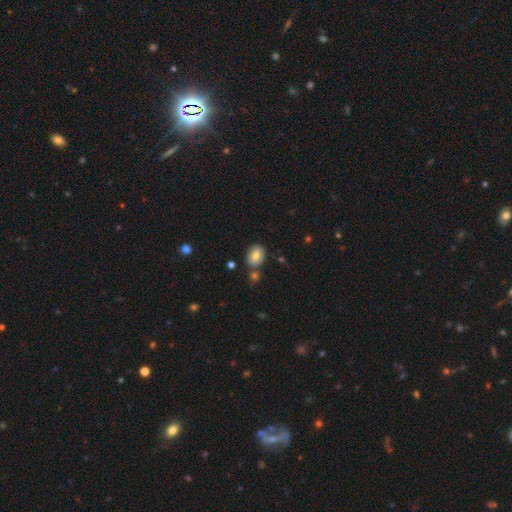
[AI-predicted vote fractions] Overall: smooth (79%). How rounded: in between (65%; round 34%). Merging: none (76%).